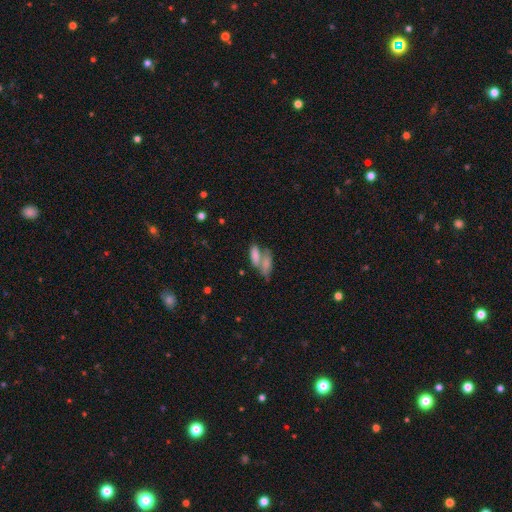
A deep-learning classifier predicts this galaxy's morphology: Smooth or featured? smooth (71%)
How rounded? in between (72%)
Merging? merger (60%)